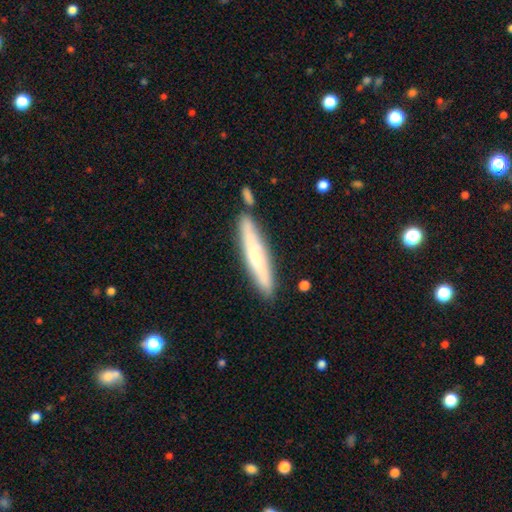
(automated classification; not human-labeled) Smooth or featured?
  - smooth: 58% *
  - featured or disk: 36%
  - star or artifact: 6%
How rounded?
  - cigar-shaped: 91% *
  - in between: 8%
  - round: 1%
Merging?
  - none: 80% *
  - minor disturbance: 11%
  - merger: 6%
  - major disturbance: 2%